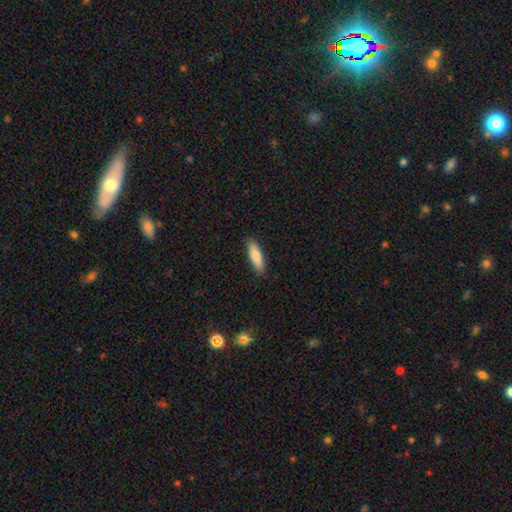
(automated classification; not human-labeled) This is likely a smooth galaxy (79%). How rounded: possibly cigar-shaped (57%). Merging: clearly none (88%).